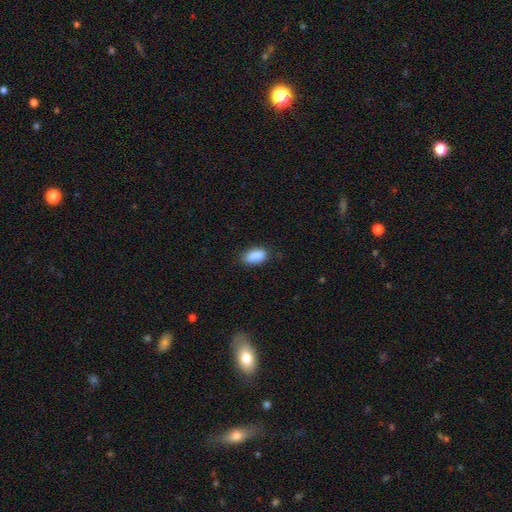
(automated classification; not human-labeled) smooth 90%, star or artifact 7%, featured or disk 3%. Down the decision tree: how rounded — in between (92%); merging — none (81%).